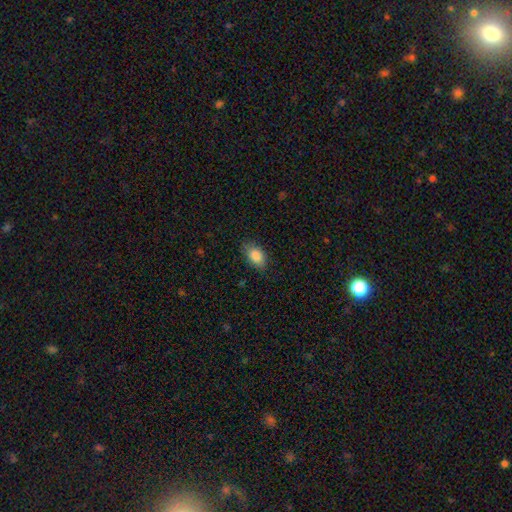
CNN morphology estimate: Q: Smooth or featured?
A: smooth (86%); runner-up: star or artifact (7%)
Q: How rounded?
A: in between (88%); runner-up: round (10%)
Q: Merging?
A: none (82%); runner-up: minor disturbance (14%)